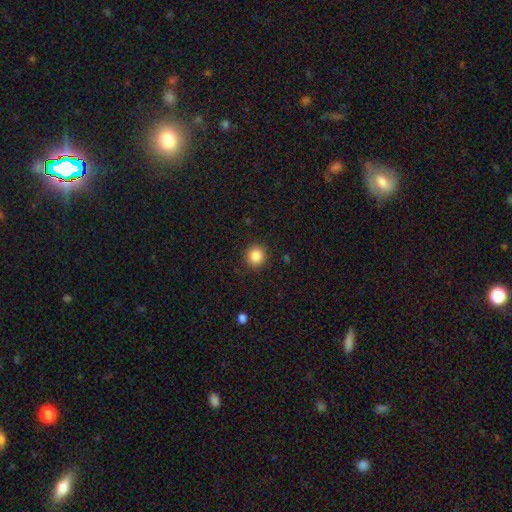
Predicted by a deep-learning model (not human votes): Smooth or featured?
  - smooth: 86% *
  - star or artifact: 10%
  - featured or disk: 4%
How rounded?
  - round: 91% *
  - in between: 8%
  - cigar-shaped: 1%
Merging?
  - none: 90% *
  - minor disturbance: 7%
  - major disturbance: 2%
  - merger: 1%